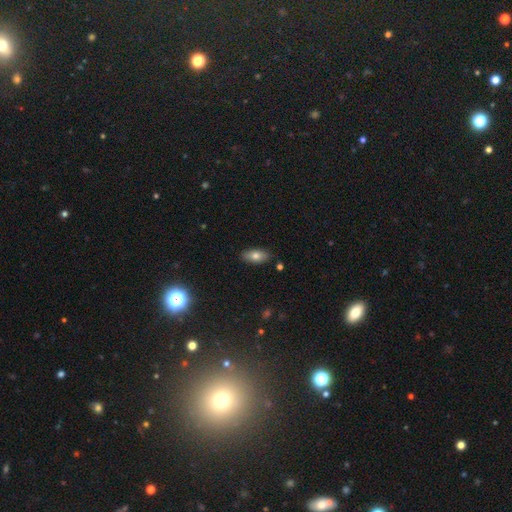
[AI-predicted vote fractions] The model was most divided on "smooth or featured": smooth: 77%, featured or disk: 15%, star or artifact: 8%. More confident: how rounded — in between (89%); merging — none (87%).